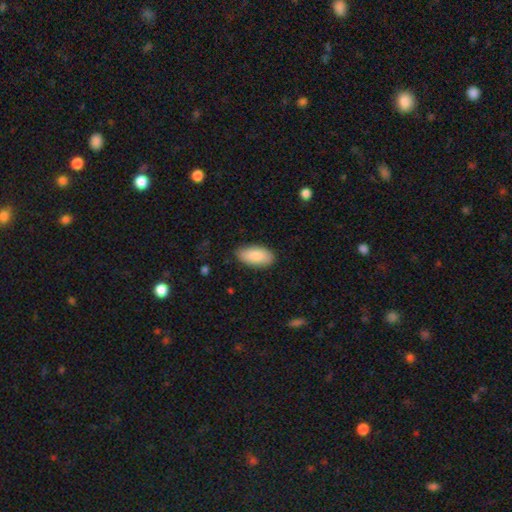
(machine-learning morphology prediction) Smooth or featured?
  - smooth: 88% *
  - featured or disk: 6%
  - star or artifact: 6%
How rounded?
  - in between: 94% *
  - cigar-shaped: 4%
  - round: 2%
Merging?
  - none: 85% *
  - minor disturbance: 12%
  - major disturbance: 2%
  - merger: 1%